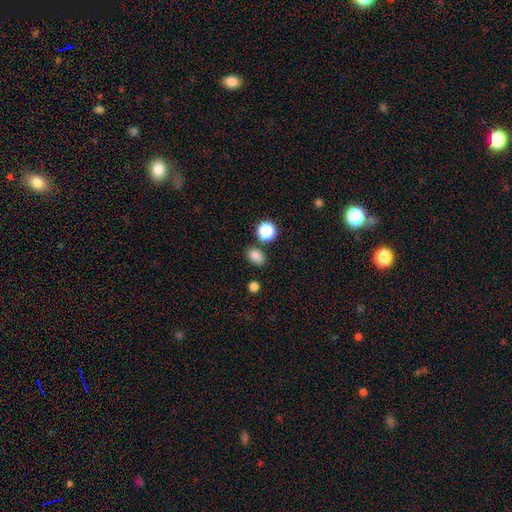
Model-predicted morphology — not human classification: A smooth galaxy with no disk features (82%) that is in between round and cigar-shaped (72%). Merging: none (79%).